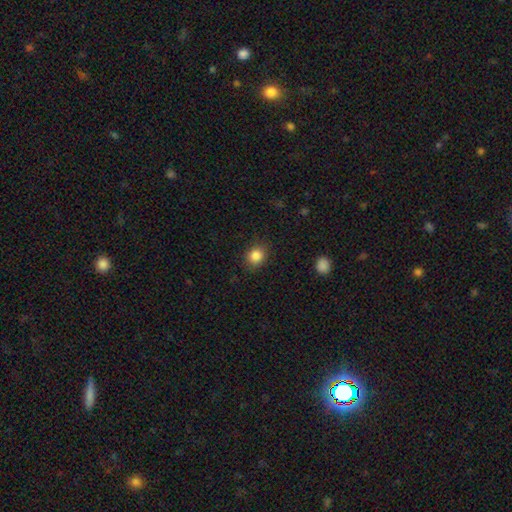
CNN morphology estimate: This appears to be a smooth galaxy with no disk features (85%) that is round (69%). Merging: none (86%).